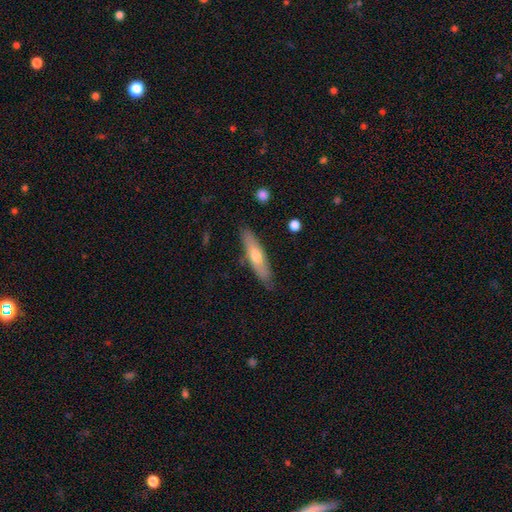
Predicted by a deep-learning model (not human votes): This is possibly a smooth galaxy (56%). How rounded: likely cigar-shaped (75%). Merging: clearly none (84%).